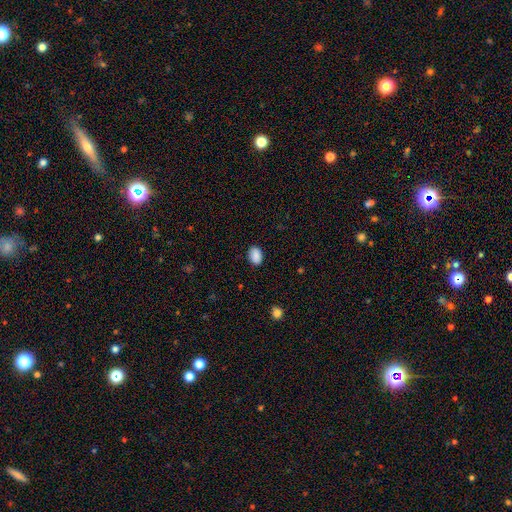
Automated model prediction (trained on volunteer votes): smooth 89%, star or artifact 8%, featured or disk 3%. Down the decision tree: how rounded — in between (83%); merging — none (87%).